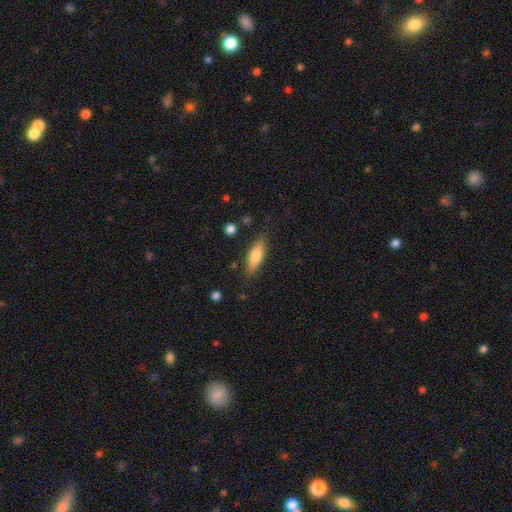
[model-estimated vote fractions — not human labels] Overall: smooth (75%). How rounded: in between (56%; cigar-shaped 42%). Merging: none (82%).